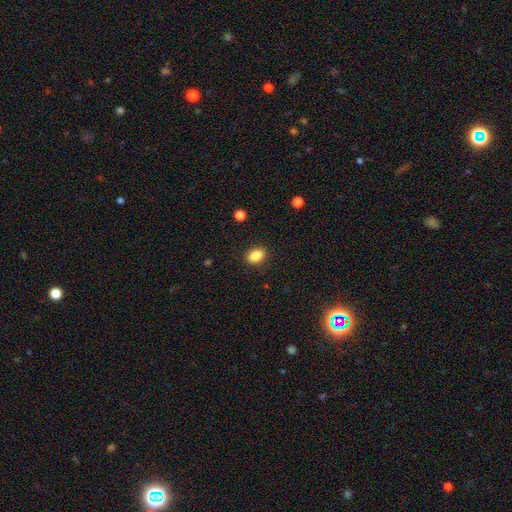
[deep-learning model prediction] A smooth galaxy with no disk features (87%) that is in between round and cigar-shaped (80%).

Vote fractions:
- Smooth or featured? smooth: 87% / star or artifact: 9% / featured or disk: 4%
- How rounded? in between: 80% / round: 19% / cigar-shaped: 1%
- Merging? none: 87% / minor disturbance: 9% / major disturbance: 3% / merger: 1%